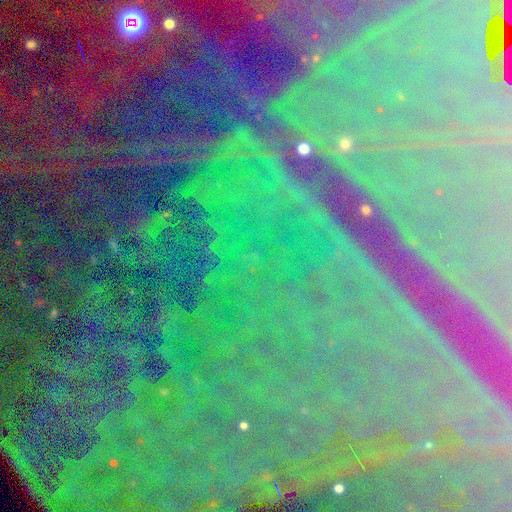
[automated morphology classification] Smooth or featured: star or artifact — 88% (featured or disk — 6%)